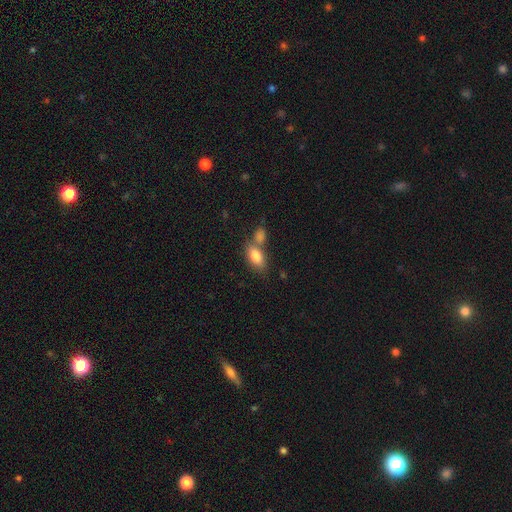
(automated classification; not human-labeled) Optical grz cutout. It shows a smooth galaxy with no disk features (83%) that is in between round and cigar-shaped (88%). Merging: none (48%).